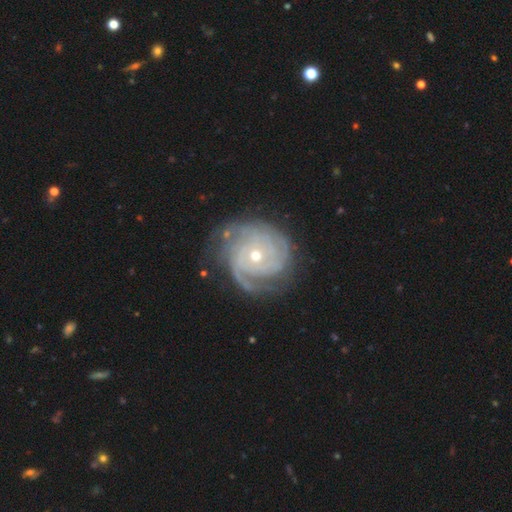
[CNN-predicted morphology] type=featured or disk (88%); edge-on=no (98%); bar=no (78%); spiral arms=yes (96%); winding=tight (75%); arm count=can't tell (29%); bulge=small (49%); merging=none (68%).